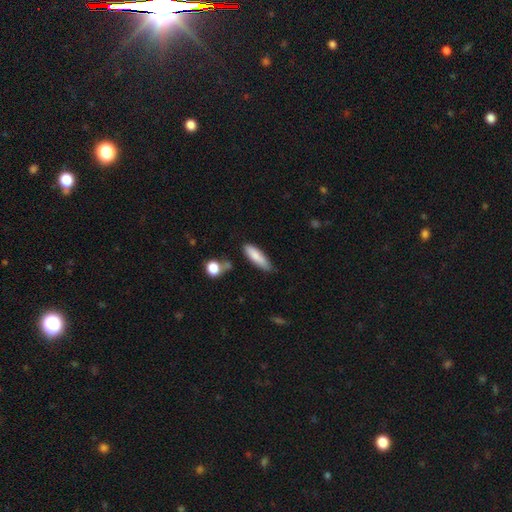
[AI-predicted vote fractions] Q: Smooth or featured?
A: smooth (83%); runner-up: featured or disk (10%)
Q: How rounded?
A: cigar-shaped (56%); runner-up: in between (42%)
Q: Merging?
A: none (71%); runner-up: minor disturbance (21%)